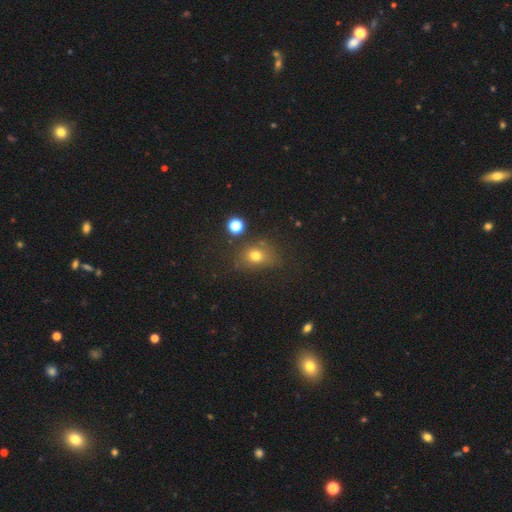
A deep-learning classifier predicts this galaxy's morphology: A smooth galaxy with no disk features (71%) that is round (50%).

Vote fractions:
- Smooth or featured? smooth: 71% / star or artifact: 17% / featured or disk: 11%
- How rounded? round: 50% / in between: 49% / cigar-shaped: 2%
- Merging? none: 62% / minor disturbance: 21% / major disturbance: 10% / merger: 6%